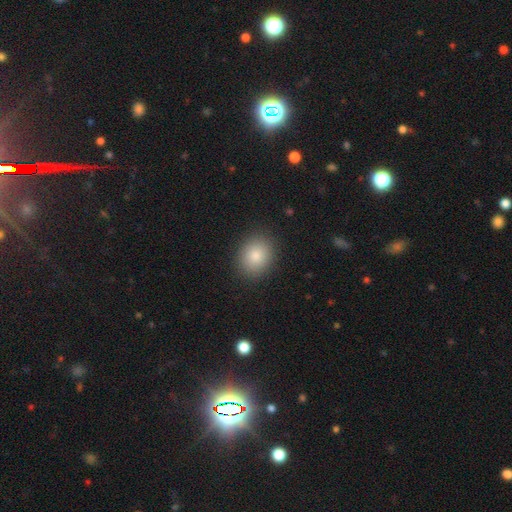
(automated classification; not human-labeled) Smooth or featured?
  - smooth: 85% *
  - star or artifact: 9%
  - featured or disk: 6%
How rounded?
  - round: 65% *
  - in between: 34%
  - cigar-shaped: 1%
Merging?
  - none: 89% *
  - minor disturbance: 8%
  - major disturbance: 2%
  - merger: 1%